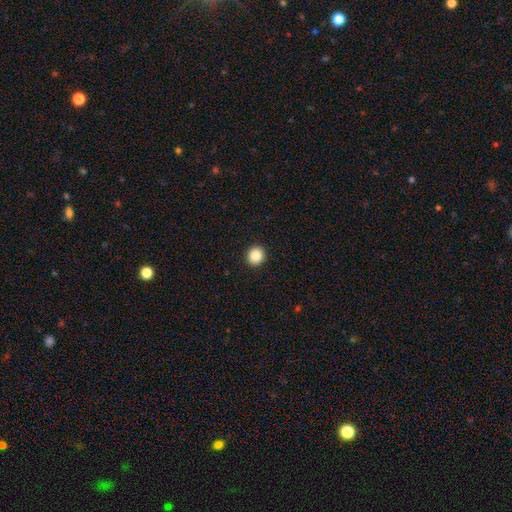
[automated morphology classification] smooth-or-featured: smooth: 87% | star or artifact: 9% | featured or disk: 3%
  how-rounded: round: 89% | in between: 10% | cigar-shaped: 1%
  merging: none: 93% | minor disturbance: 5% | major disturbance: 2% | merger: 1%